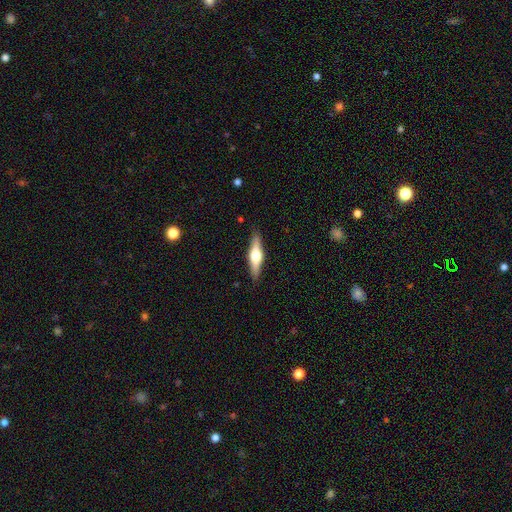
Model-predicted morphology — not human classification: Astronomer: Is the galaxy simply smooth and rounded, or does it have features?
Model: featured or disk — 61%.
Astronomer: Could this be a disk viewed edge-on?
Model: yes — 96%.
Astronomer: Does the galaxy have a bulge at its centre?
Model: rounded — 93%.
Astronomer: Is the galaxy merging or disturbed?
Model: none — 88%.